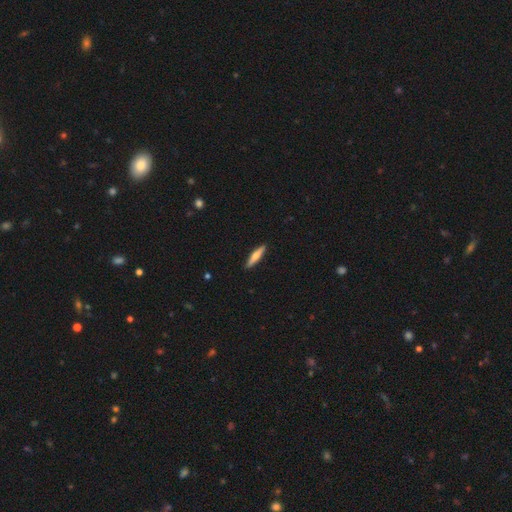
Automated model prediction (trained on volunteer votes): Q: Smooth or featured?
A: smooth (53%); runner-up: featured or disk (42%)
Q: How rounded?
A: cigar-shaped (84%); runner-up: in between (14%)
Q: Merging?
A: none (91%); runner-up: minor disturbance (6%)